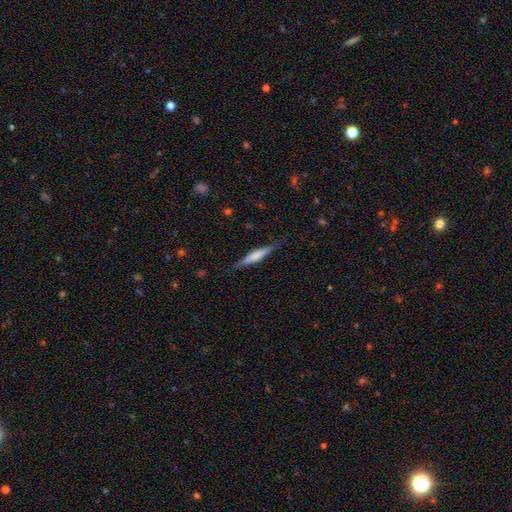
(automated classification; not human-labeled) The model was most divided on "smooth or featured": smooth: 51%, featured or disk: 43%, star or artifact: 6%. More confident: how rounded — cigar-shaped (90%); merging — none (84%).